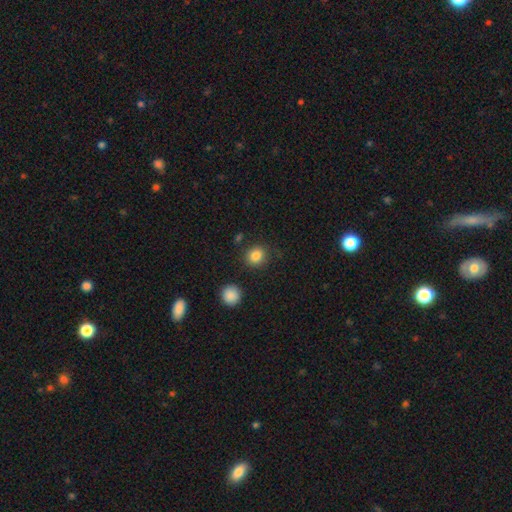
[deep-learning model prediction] smooth_or_featured: smooth (p=0.85) [alt: star or artifact p=0.11]
how_rounded: round (p=0.83) [alt: in between p=0.16]
merging: none (p=0.85) [alt: minor disturbance p=0.09]